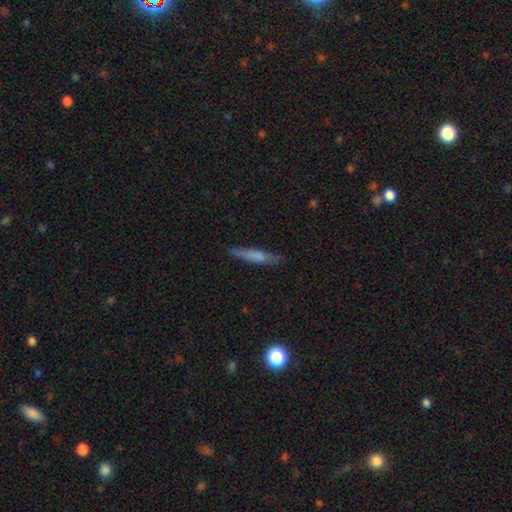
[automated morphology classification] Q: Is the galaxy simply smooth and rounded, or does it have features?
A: smooth — 63%.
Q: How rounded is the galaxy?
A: cigar-shaped — 91%.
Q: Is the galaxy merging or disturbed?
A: none — 85%.